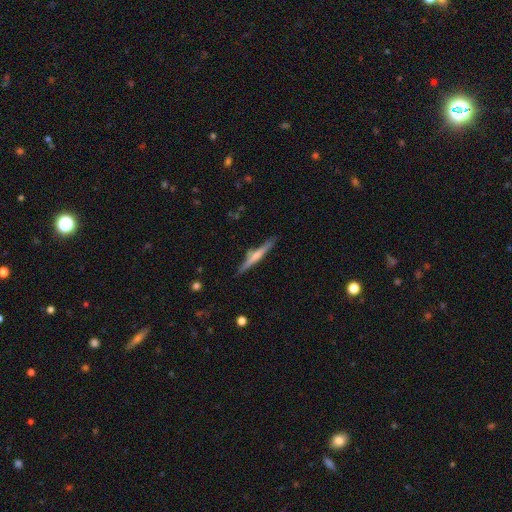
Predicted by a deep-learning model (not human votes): A featured or disk galaxy (55%) viewed edge-on (97%) with a rounded central bulge (57%). Merging: none (83%).